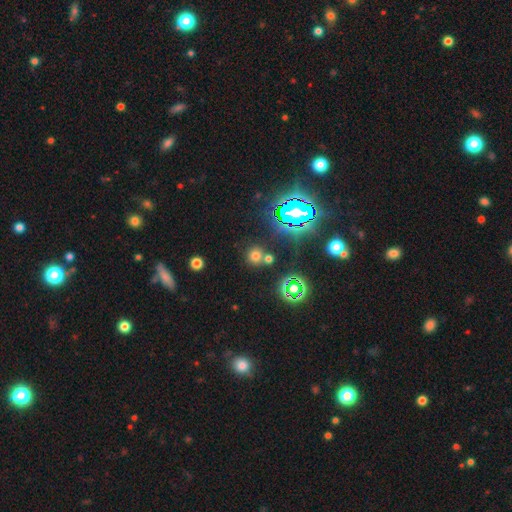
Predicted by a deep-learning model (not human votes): Smooth or featured? Predicted: smooth (p=0.56). How rounded? Predicted: round (p=0.90). Merging? Predicted: none (p=0.70).